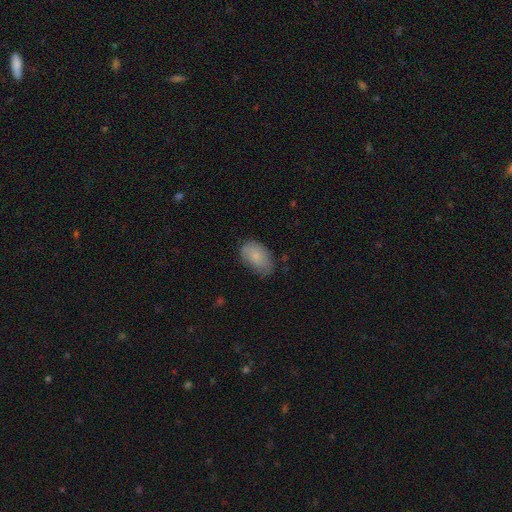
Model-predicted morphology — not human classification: Smooth or featured? Predicted: smooth (p=0.79). How rounded? Predicted: in between (p=0.92). Merging? Predicted: none (p=0.64).